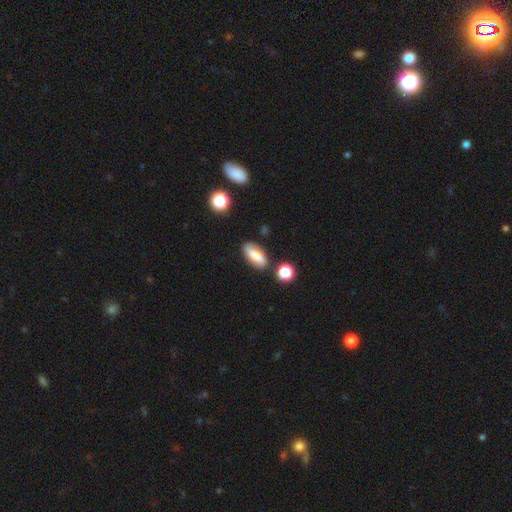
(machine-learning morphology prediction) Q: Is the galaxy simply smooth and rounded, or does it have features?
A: smooth — 77%.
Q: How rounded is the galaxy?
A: in between — 83%.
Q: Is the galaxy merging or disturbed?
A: none — 75%.